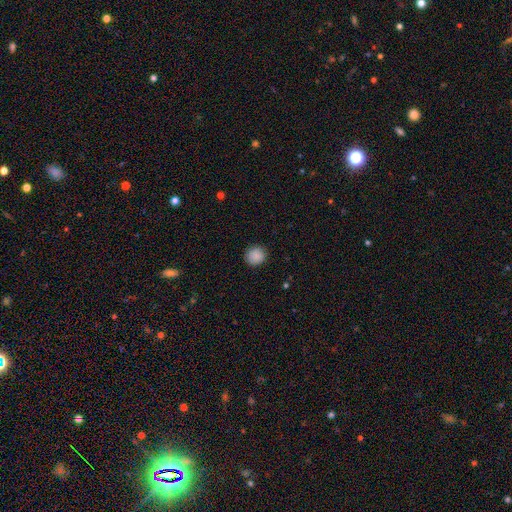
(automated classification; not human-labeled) This is clearly a smooth galaxy (89%). How rounded: clearly round (88%). Merging: clearly none (90%).